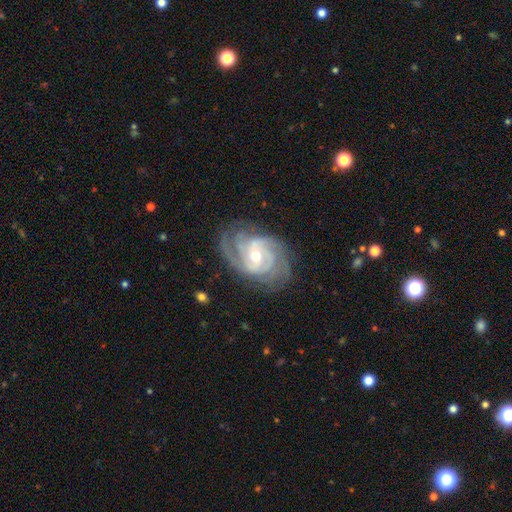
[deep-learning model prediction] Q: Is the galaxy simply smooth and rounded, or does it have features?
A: featured or disk — 91%.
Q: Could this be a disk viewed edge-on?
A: no — 97%.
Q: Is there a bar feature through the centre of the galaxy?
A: weak — 44%.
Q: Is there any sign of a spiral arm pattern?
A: yes — 98%.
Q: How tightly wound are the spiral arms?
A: tight — 60%.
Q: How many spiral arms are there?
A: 3 — 34%.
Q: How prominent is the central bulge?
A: moderate — 52%.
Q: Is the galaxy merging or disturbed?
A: none — 73%.